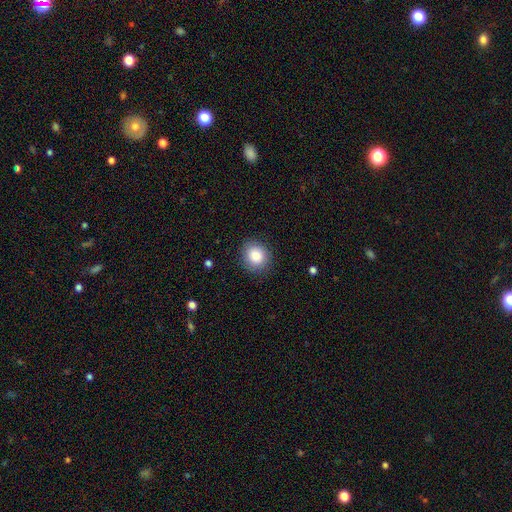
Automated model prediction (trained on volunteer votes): A smooth galaxy with no disk features (86%) that is round (79%). Merging: none (87%).